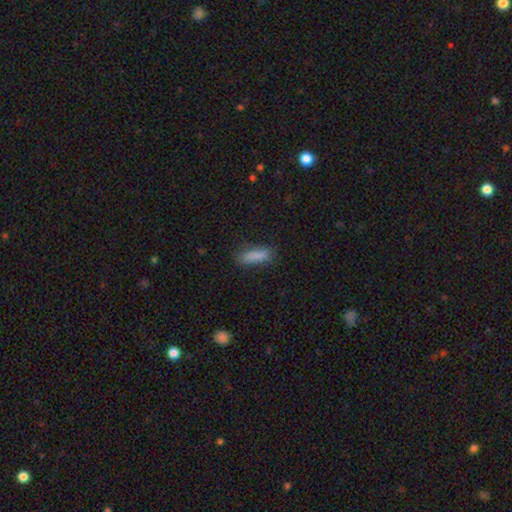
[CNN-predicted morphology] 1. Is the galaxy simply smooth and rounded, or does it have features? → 85% smooth, 8% star or artifact, 7% featured or disk.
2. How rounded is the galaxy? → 49% in between (tied), 49% cigar-shaped (tied), 2% round.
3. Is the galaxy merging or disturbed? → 74% none, 19% minor disturbance, 5% major disturbance, 2% merger.